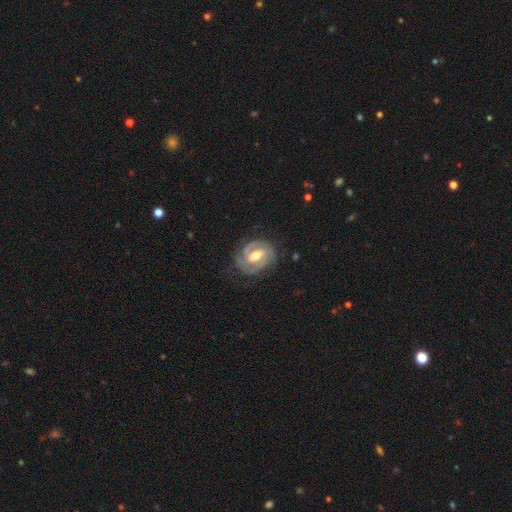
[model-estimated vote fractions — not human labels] Q: Smooth or featured?
A: featured or disk (84%); runner-up: smooth (11%)
Q: Edge-on disk?
A: no (97%); runner-up: yes (3%)
Q: Bar?
A: weak (45%); runner-up: strong (38%)
Q: Spiral arms?
A: yes (93%); runner-up: no (7%)
Q: Spiral winding?
A: tight (54%); runner-up: medium (38%)
Q: Spiral arm count?
A: 2 (78%); runner-up: can't tell (9%)
Q: Bulge size?
A: moderate (71%); runner-up: small (15%)
Q: Merging?
A: none (74%); runner-up: minor disturbance (17%)